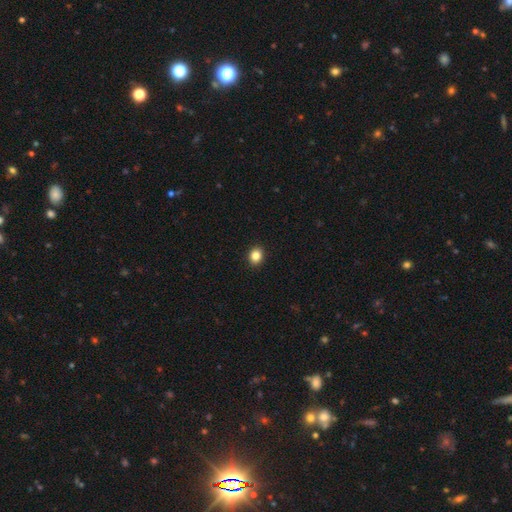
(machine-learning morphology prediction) A smooth galaxy with no disk features (85%) that is round (68%). Merging: none (93%).